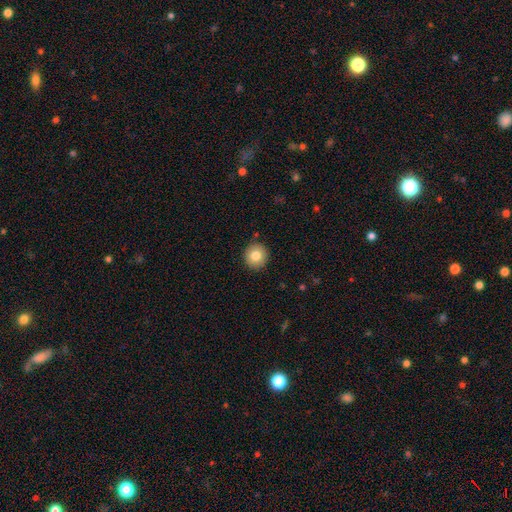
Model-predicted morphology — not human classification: Smooth or featured? smooth (81%)
How rounded? round (90%)
Merging? none (89%)